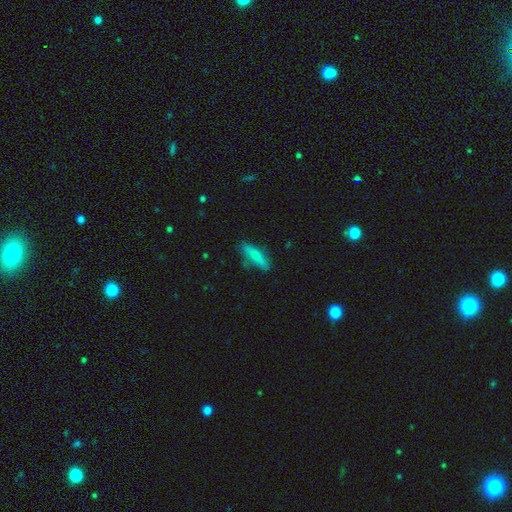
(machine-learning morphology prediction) smooth_or_featured: smooth (p=0.67) [alt: featured or disk p=0.26]
how_rounded: cigar-shaped (p=0.66) [alt: in between p=0.32]
merging: none (p=0.74) [alt: minor disturbance p=0.19]